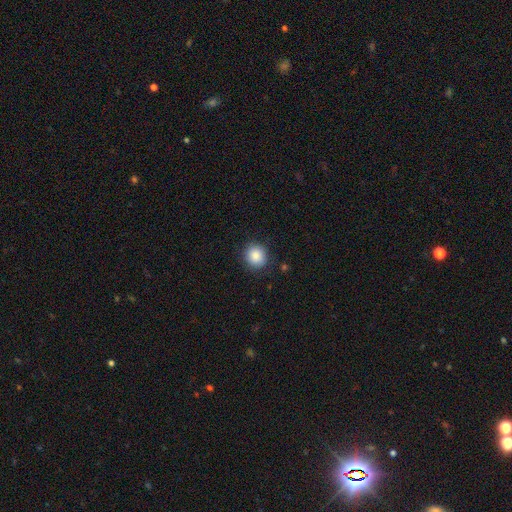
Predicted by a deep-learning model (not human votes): This appears to be a smooth galaxy with no disk features (86%) that is round (87%). Merging: none (87%).